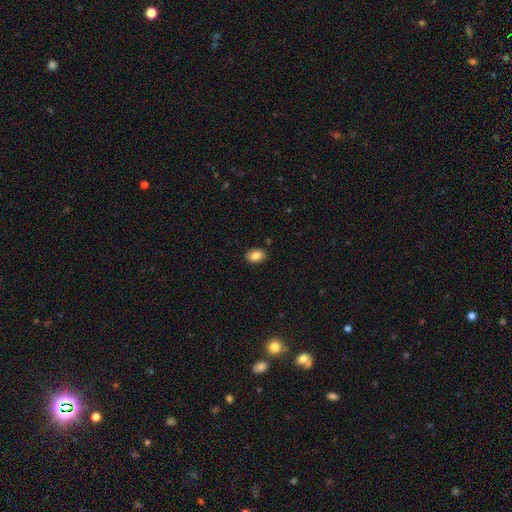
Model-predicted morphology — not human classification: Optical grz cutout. It shows a smooth galaxy with no disk features (86%) that is in between round and cigar-shaped (85%). Merging: none (88%).